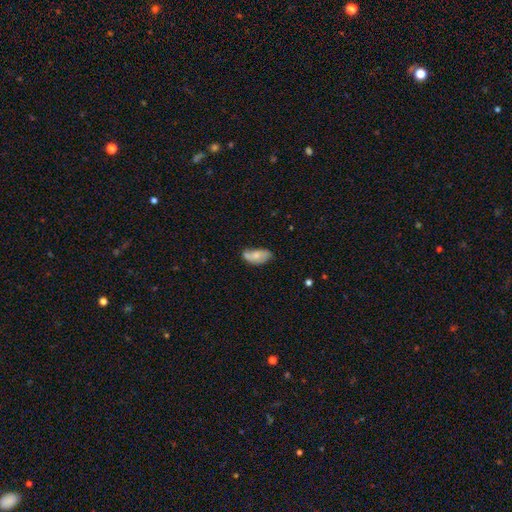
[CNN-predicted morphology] Smooth or featured: smooth — 62% (featured or disk — 31%)
How rounded: in between — 91% (cigar-shaped — 5%)
Merging: none — 44% (minor disturbance — 32%)